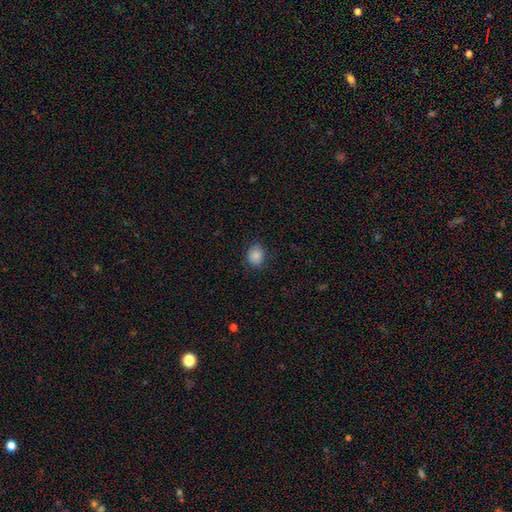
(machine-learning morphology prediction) A smooth galaxy with no disk features (86%) that is round (57%).

Vote fractions:
- Smooth or featured? smooth: 86% / star or artifact: 9% / featured or disk: 5%
- How rounded? round: 57% / in between: 42% / cigar-shaped: 1%
- Merging? none: 82% / minor disturbance: 13% / major disturbance: 3% / merger: 1%